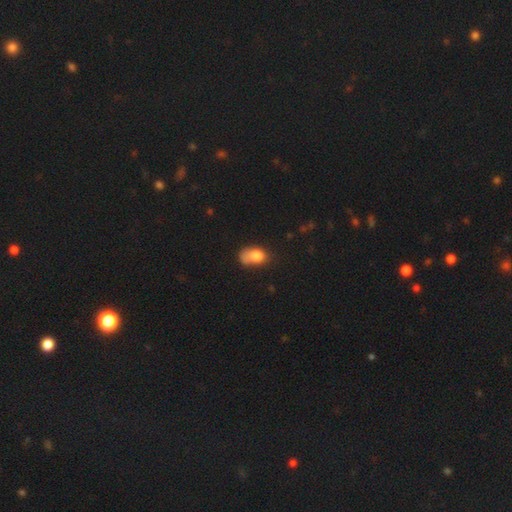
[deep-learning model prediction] Smooth or featured? smooth (77%)
How rounded? in between (80%)
Merging? minor disturbance (32%)